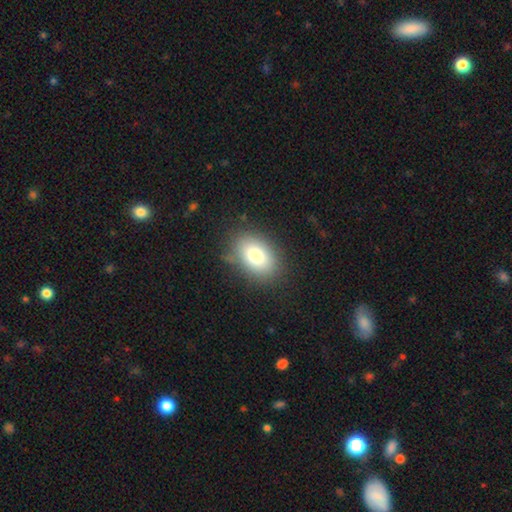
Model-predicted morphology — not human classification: The model was most divided on "how rounded": in between: 83%, round: 16%, cigar-shaped: 1%. More confident: merging — none (81%); smooth or featured — smooth (79%).